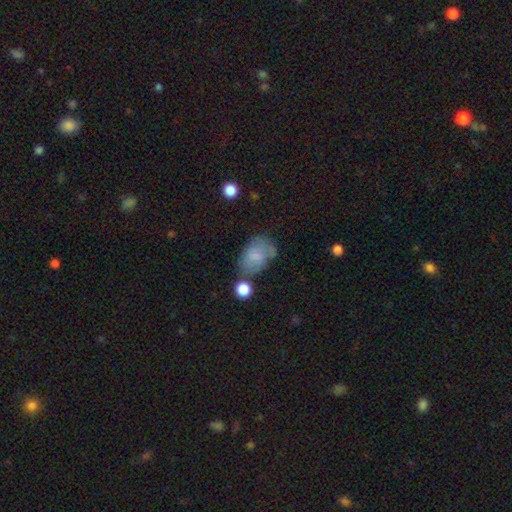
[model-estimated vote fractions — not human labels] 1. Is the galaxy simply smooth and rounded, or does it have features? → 73% smooth, 18% featured or disk, 9% star or artifact.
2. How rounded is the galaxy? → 85% in between, 14% round, 1% cigar-shaped.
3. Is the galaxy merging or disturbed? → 44% none, 29% minor disturbance, 15% major disturbance, 12% merger.